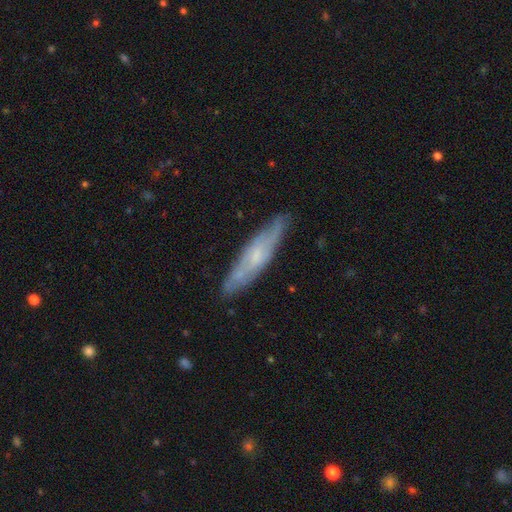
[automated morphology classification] type=featured or disk (57%); edge-on=yes (58%); merging=none (81%).